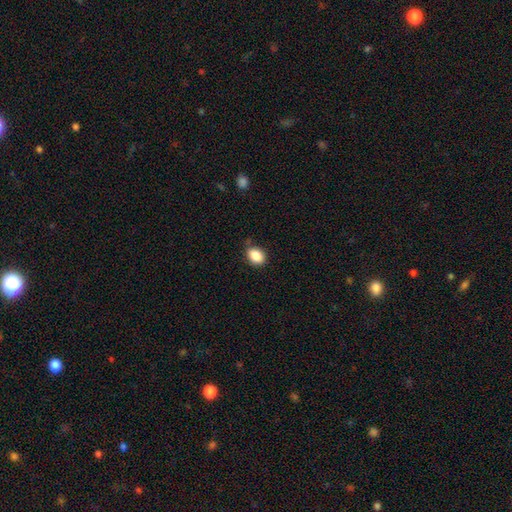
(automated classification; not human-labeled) smooth-or-featured: smooth: 87% | star or artifact: 9% | featured or disk: 5%
  how-rounded: in between: 71% | round: 28% | cigar-shaped: 1%
  merging: none: 77% | minor disturbance: 18% | major disturbance: 3% | merger: 2%